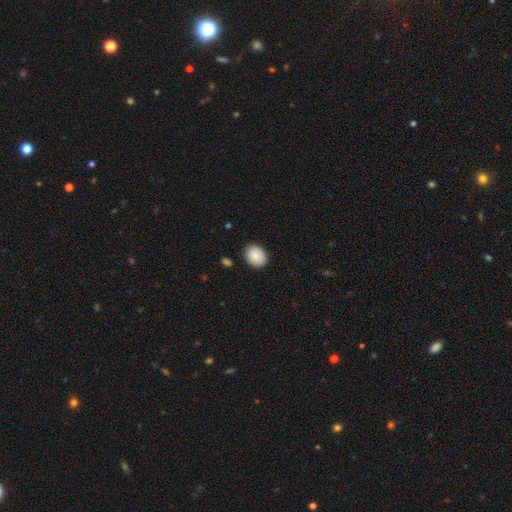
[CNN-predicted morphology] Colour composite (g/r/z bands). It shows a smooth galaxy with no disk features (85%) that is in between round and cigar-shaped (50%). Merging: none (86%).